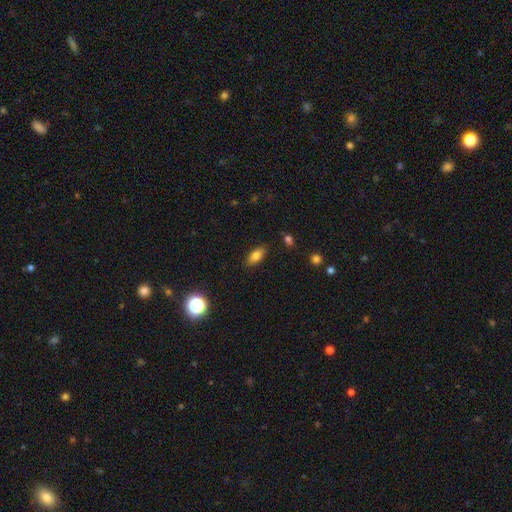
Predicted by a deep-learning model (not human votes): Overall: smooth (79%). How rounded: in between (85%). Merging: none (86%).